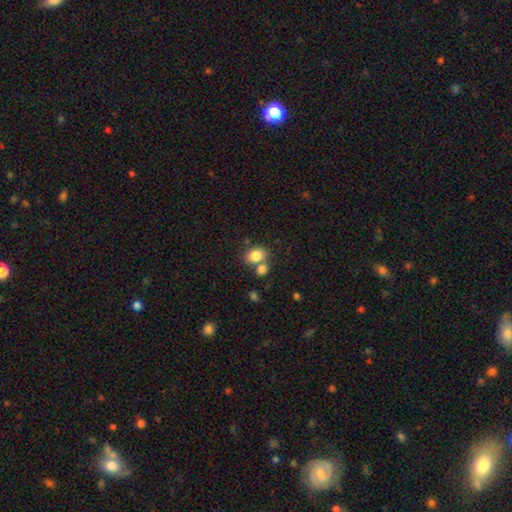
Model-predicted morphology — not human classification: Smooth or featured? Predicted: smooth (p=0.82). How rounded? Predicted: in between (p=0.60). Merging? Predicted: none (p=0.51).